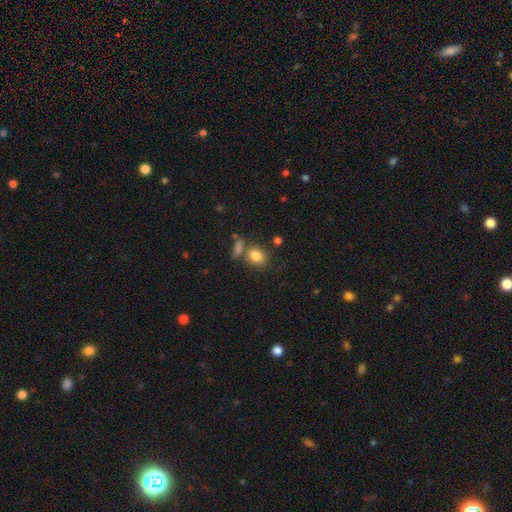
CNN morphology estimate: This appears to be a smooth galaxy with no disk features (82%) that is round (54%). Merging: none (62%).